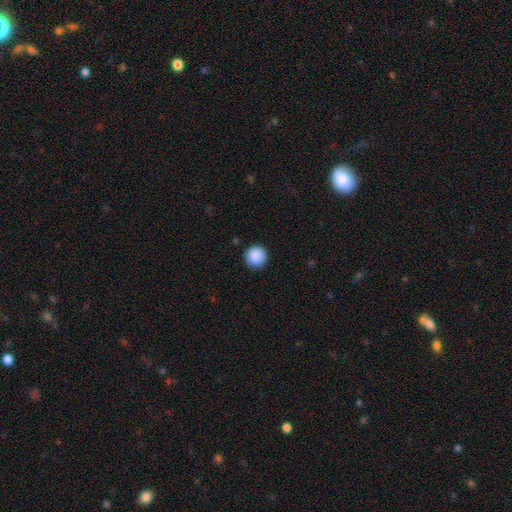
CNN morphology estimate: smooth 89%, star or artifact 8%, featured or disk 3%. Down the decision tree: how rounded — round (96%); merging — none (89%).